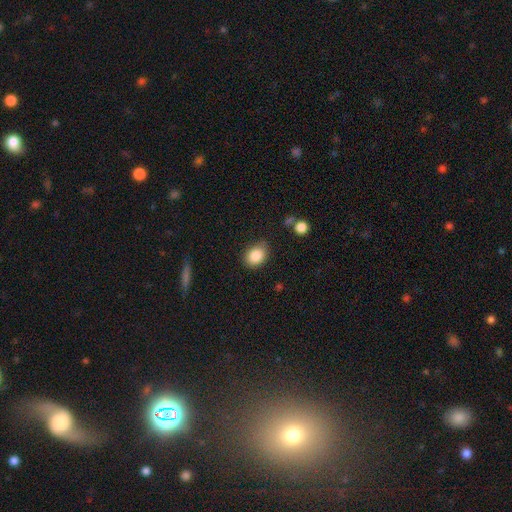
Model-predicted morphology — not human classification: A smooth galaxy with no disk features (87%) that is in between round and cigar-shaped (60%). Merging: none (77%).